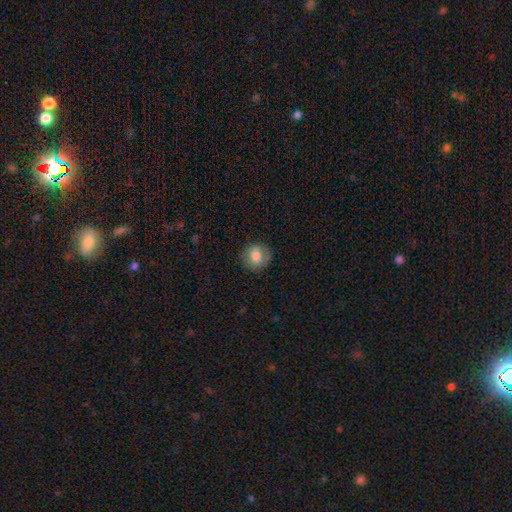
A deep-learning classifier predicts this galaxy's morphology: The model was most divided on "smooth or featured": smooth: 72%, featured or disk: 19%, star or artifact: 8%. More confident: how rounded — round (86%); merging — none (82%).